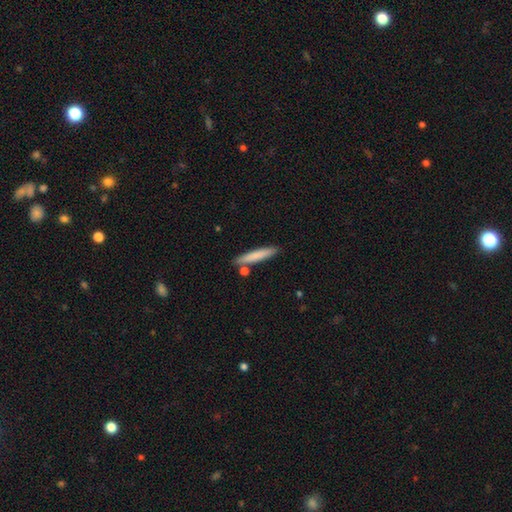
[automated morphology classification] Q: Smooth or featured?
A: smooth (77%); runner-up: featured or disk (17%)
Q: How rounded?
A: cigar-shaped (93%); runner-up: in between (6%)
Q: Merging?
A: none (82%); runner-up: minor disturbance (10%)